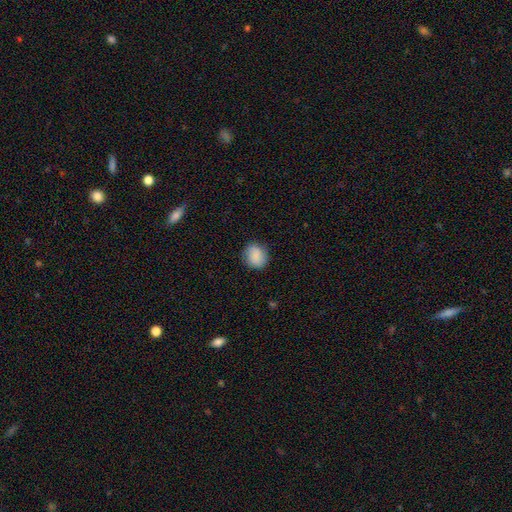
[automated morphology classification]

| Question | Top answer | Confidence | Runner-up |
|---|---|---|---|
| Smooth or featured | smooth | 86% | star or artifact (8%) |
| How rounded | round | 69% | in between (30%) |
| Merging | none | 83% | minor disturbance (12%) |